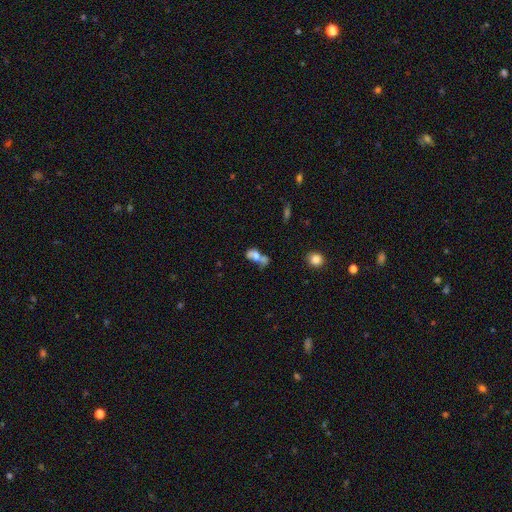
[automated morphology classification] Q: Smooth or featured?
A: smooth (64%); runner-up: featured or disk (24%)
Q: How rounded?
A: in between (70%); runner-up: round (26%)
Q: Merging?
A: merger (65%); runner-up: none (17%)